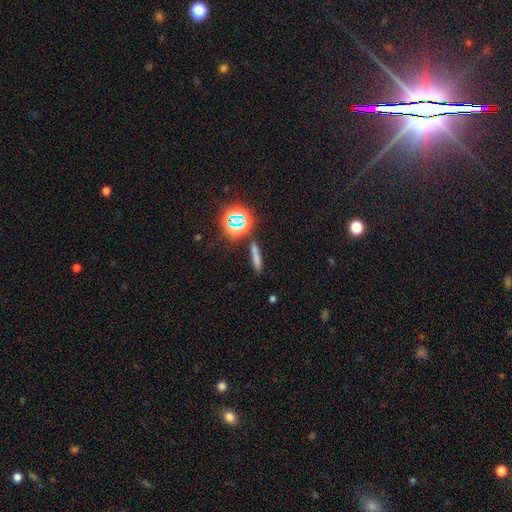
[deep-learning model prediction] Q: Smooth or featured?
A: smooth (65%); runner-up: star or artifact (23%)
Q: How rounded?
A: cigar-shaped (80%); runner-up: in between (14%)
Q: Merging?
A: none (76%); runner-up: minor disturbance (11%)